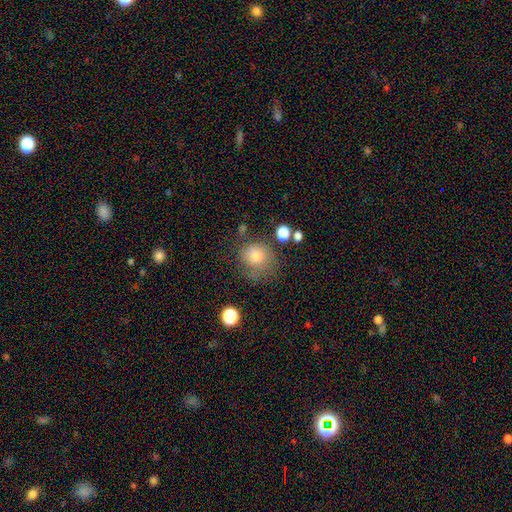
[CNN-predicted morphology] This appears to be a smooth galaxy with no disk features (73%) that is round (82%). Merging: none (60%).